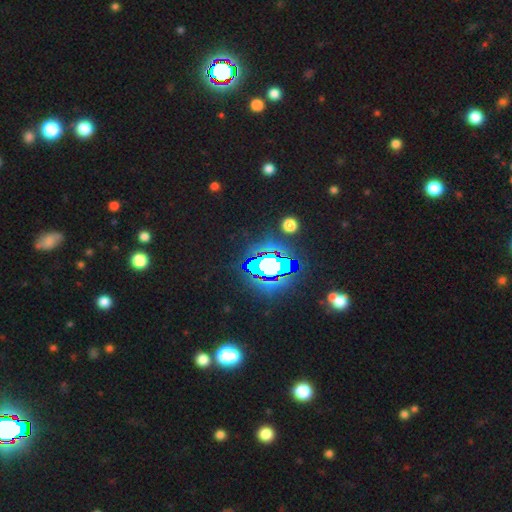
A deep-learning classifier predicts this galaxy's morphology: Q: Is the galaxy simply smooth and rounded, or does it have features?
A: star or artifact — 83%.